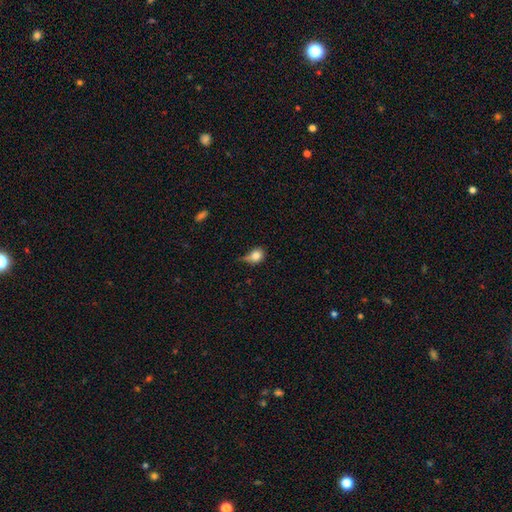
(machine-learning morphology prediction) Smooth or featured?
  - smooth: 81% *
  - featured or disk: 10%
  - star or artifact: 9%
How rounded?
  - round: 51% *
  - in between: 47%
  - cigar-shaped: 2%
Merging?
  - minor disturbance: 43% *
  - none: 35%
  - major disturbance: 18%
  - merger: 5%